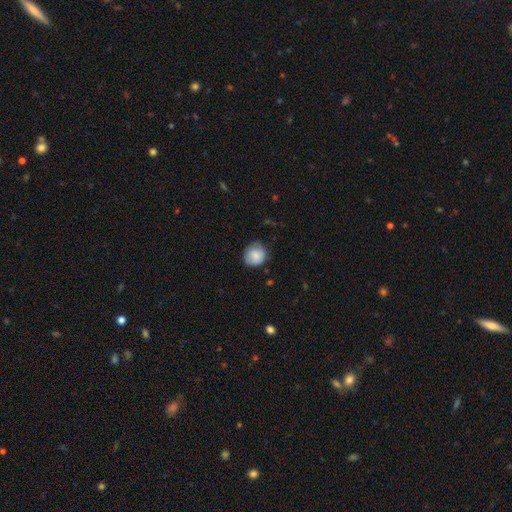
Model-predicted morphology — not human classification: The model was most divided on "merging": none: 74%, minor disturbance: 21%, major disturbance: 4%, merger: 1%. More confident: how rounded — round (84%); smooth or featured — smooth (83%).